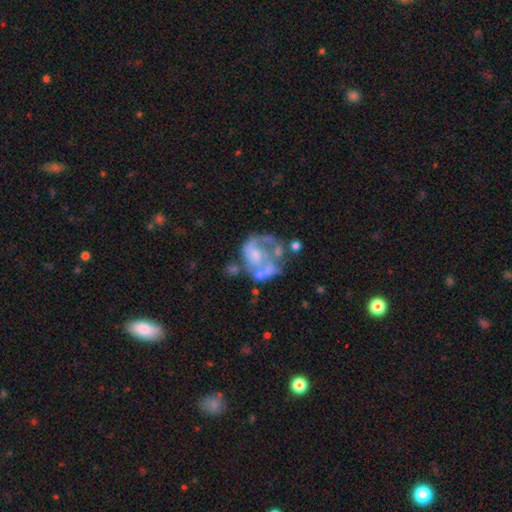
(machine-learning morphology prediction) A featured or disk galaxy (73%) with no bar (76%), no spiral arms (54%) and no central bulge (37%). Merging: major disturbance (33%).